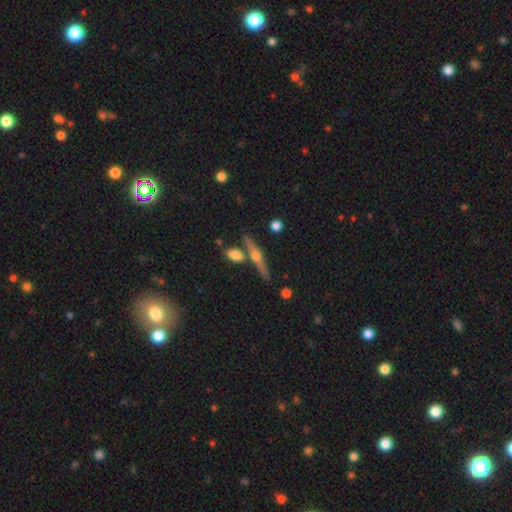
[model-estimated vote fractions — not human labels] Smooth or featured? featured or disk (75%)
Edge-on disk? yes (97%)
Edge-on bulge? rounded (93%)
Merging? none (79%)